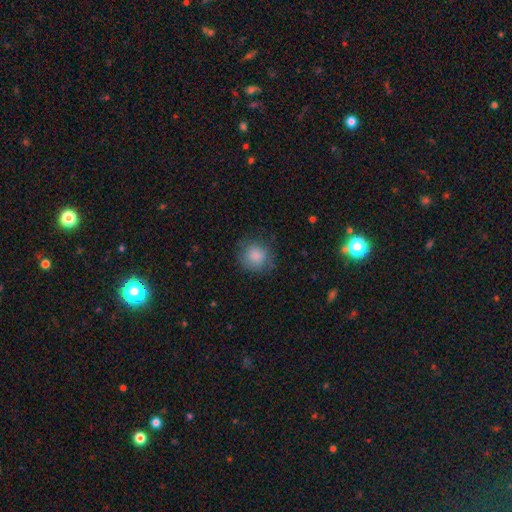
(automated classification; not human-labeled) Morphology: type=smooth (85%); roundness=round (89%); merging=none (79%).